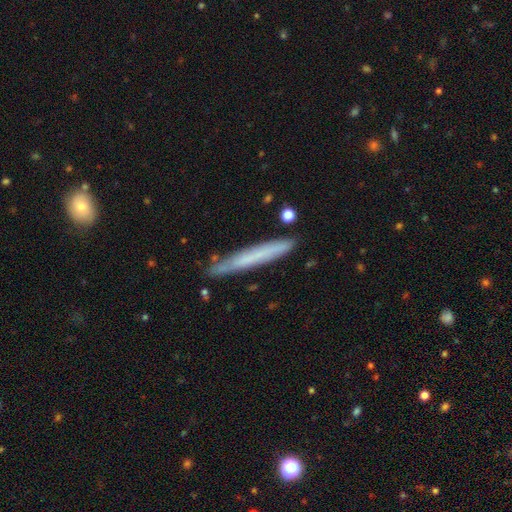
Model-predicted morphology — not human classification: Overall: smooth (56%; featured or disk 37%). How rounded: cigar-shaped (96%). Merging: none (82%).